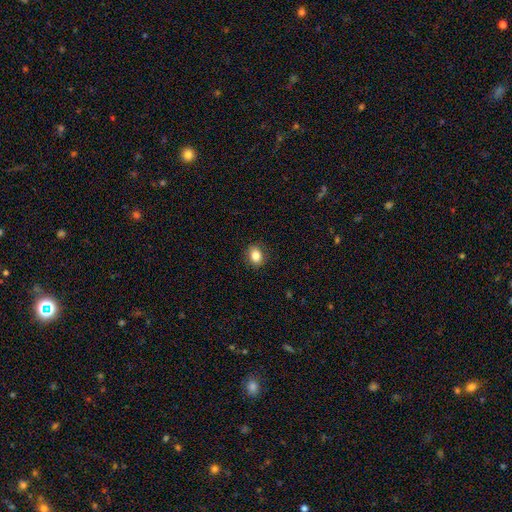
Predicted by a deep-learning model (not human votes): This appears to be a smooth galaxy with no disk features (85%) that is in between round and cigar-shaped (56%). Merging: none (88%).